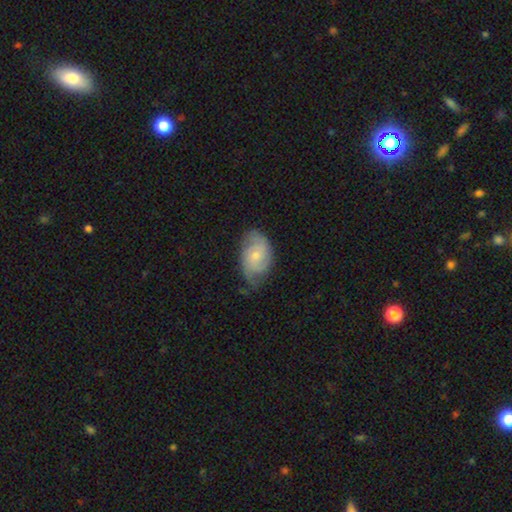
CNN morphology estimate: A featured or disk galaxy (56%) with no bar (73%), spiral arms (85%) and a small central bulge (59%). Merging: none (58%).